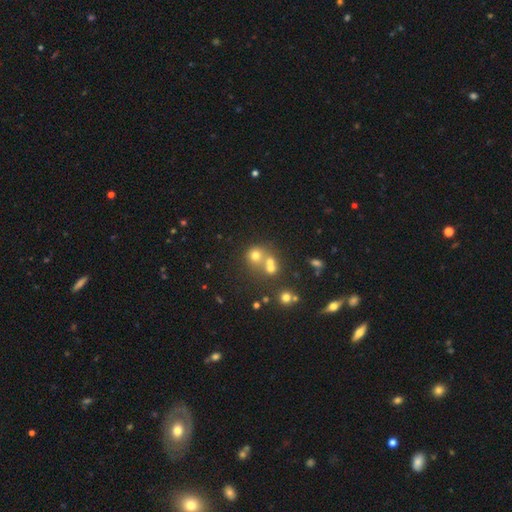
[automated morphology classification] smooth_or_featured: smooth (p=0.56) [alt: star or artifact p=0.26]
how_rounded: round (p=0.79) [alt: in between p=0.20]
merging: merger (p=0.47) [alt: none p=0.42]